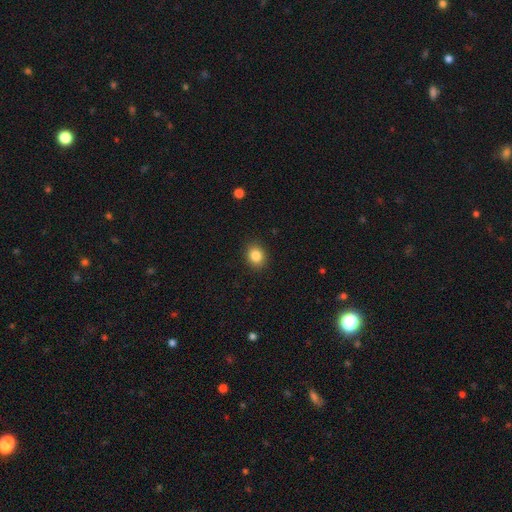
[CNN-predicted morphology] This appears to be a smooth galaxy with no disk features (85%) that is round (62%). Merging: none (90%).